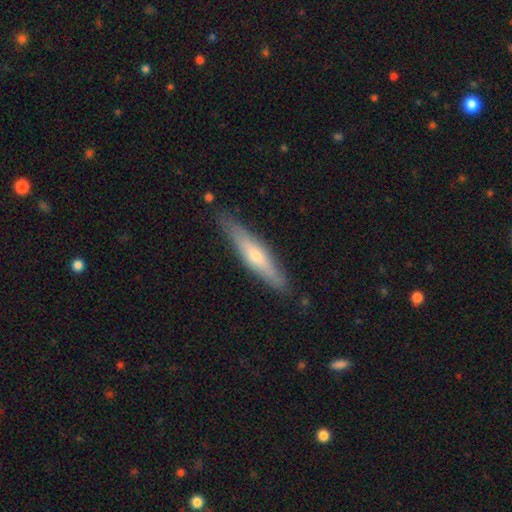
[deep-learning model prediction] This appears to be a featured or disk galaxy (51%) viewed edge-on (86%). Merging: none (84%).